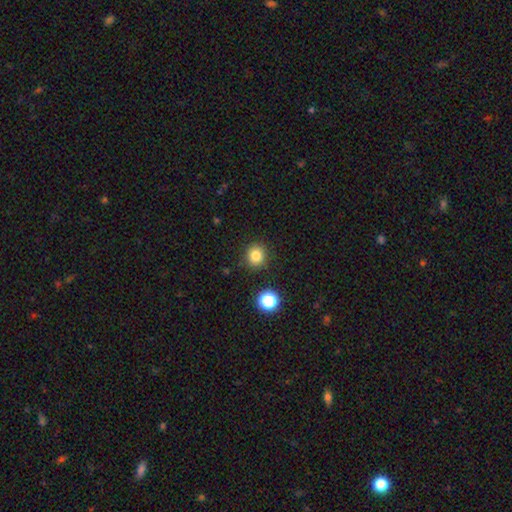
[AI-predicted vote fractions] smooth_or_featured: smooth (p=0.81) [alt: star or artifact p=0.14]
how_rounded: round (p=0.89) [alt: in between p=0.10]
merging: none (p=0.88) [alt: minor disturbance p=0.08]